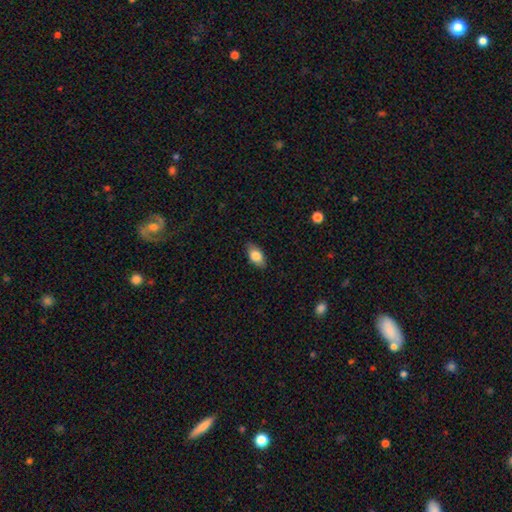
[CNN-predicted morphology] This is clearly a smooth galaxy (82%). How rounded: clearly in between (90%). Merging: clearly none (85%).